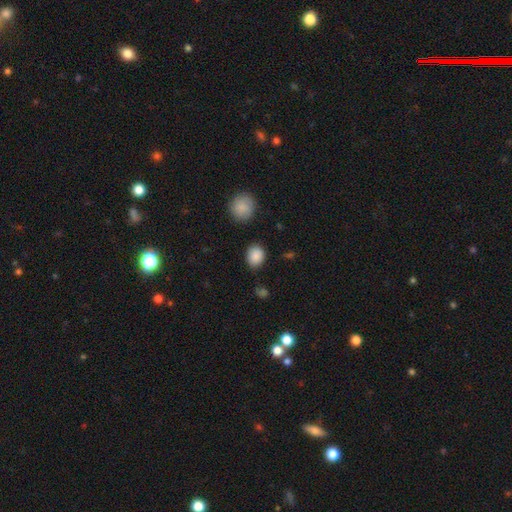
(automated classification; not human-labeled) Smooth or featured?
  - smooth: 88% *
  - star or artifact: 8%
  - featured or disk: 4%
How rounded?
  - round: 52% *
  - in between: 47%
  - cigar-shaped: 1%
Merging?
  - none: 83% *
  - minor disturbance: 12%
  - major disturbance: 3%
  - merger: 2%